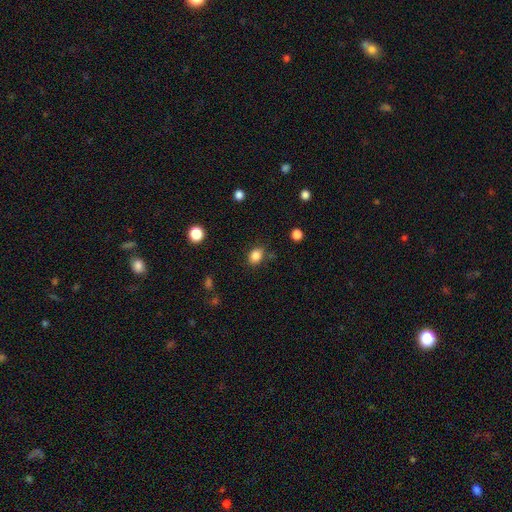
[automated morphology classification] A smooth galaxy with no disk features (84%) that is in between round and cigar-shaped (62%).

Vote fractions:
- Smooth or featured? smooth: 84% / star or artifact: 11% / featured or disk: 5%
- How rounded? in between: 62% / round: 37% / cigar-shaped: 1%
- Merging? none: 78% / minor disturbance: 14% / major disturbance: 4% / merger: 4%